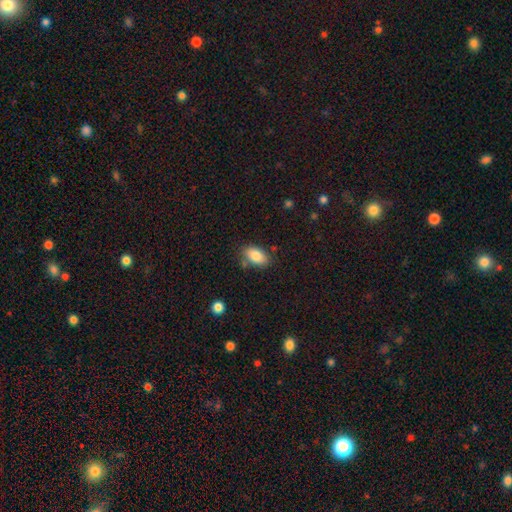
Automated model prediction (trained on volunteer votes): Morphology: type=smooth (85%); roundness=in between (92%); merging=none (75%).